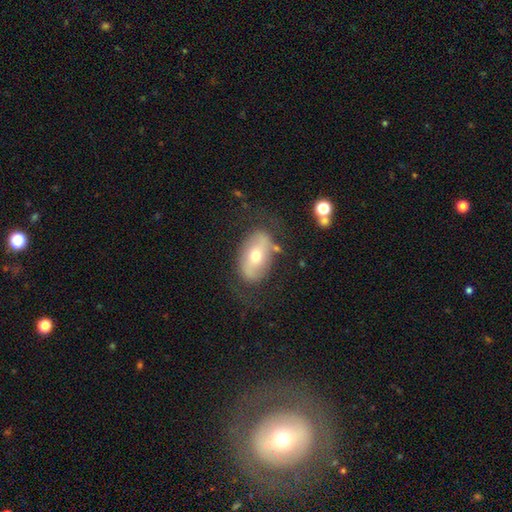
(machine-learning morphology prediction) smooth-or-featured: featured or disk: 56% | smooth: 36% | star or artifact: 7%
  disk-edge-on: no: 90% | yes: 10%
    bar: no: 42% | strong: 31% | weak: 27%
    has-spiral-arms: no: 50% (tied) | yes: 50% (tied)
    bulge-size: moderate: 61% | small: 33% | large: 4% | dominant: 1% | none: 1%
  merging: none: 70% | minor disturbance: 17% | major disturbance: 11% | merger: 3%